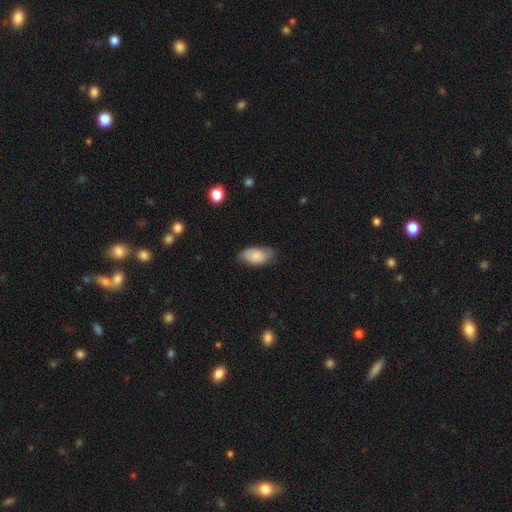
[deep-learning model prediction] Morphology: type=smooth (78%); roundness=in between (93%); merging=none (65%).